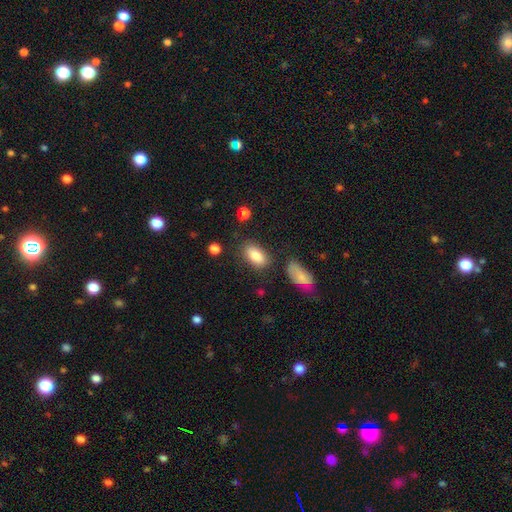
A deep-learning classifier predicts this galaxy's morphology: The model was most divided on "merging": none: 77%, minor disturbance: 14%, merger: 5%, major disturbance: 4%. More confident: how rounded — in between (92%); smooth or featured — smooth (86%).